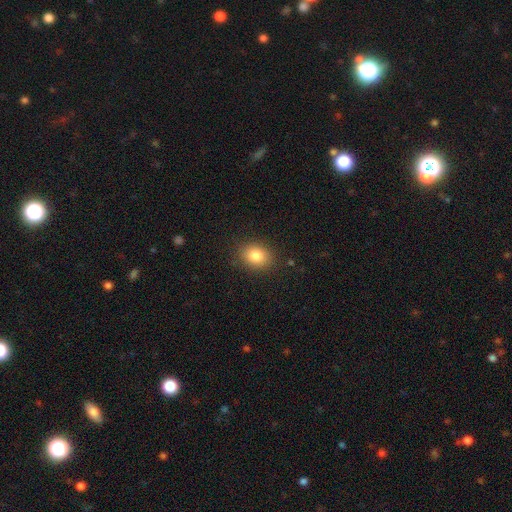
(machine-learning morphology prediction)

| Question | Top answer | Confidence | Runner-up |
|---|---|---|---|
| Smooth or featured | smooth | 84% | star or artifact (10%) |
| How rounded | in between | 56% | round (43%) |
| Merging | none | 87% | minor disturbance (9%) |